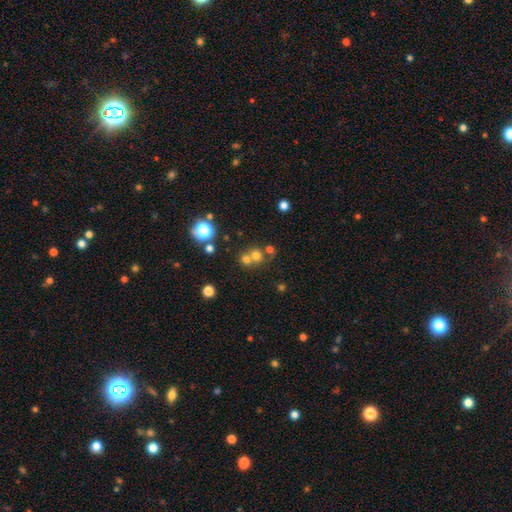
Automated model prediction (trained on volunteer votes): A smooth galaxy with no disk features (66%) that is round (86%).

Vote fractions:
- Smooth or featured? smooth: 66% / star or artifact: 21% / featured or disk: 13%
- How rounded? round: 86% / in between: 13% / cigar-shaped: 1%
- Merging? merger: 48% / none: 44% / minor disturbance: 5% / major disturbance: 3%